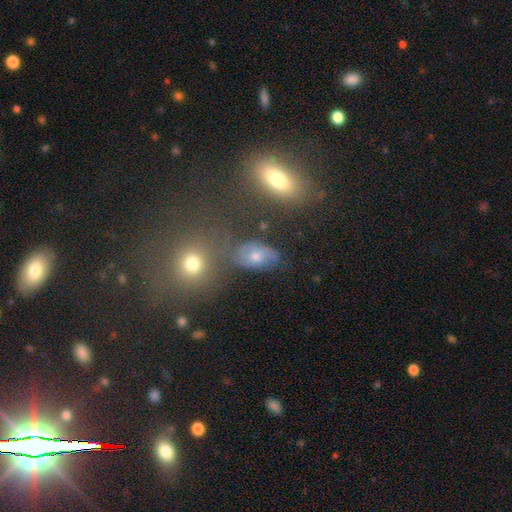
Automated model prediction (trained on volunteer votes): A smooth galaxy with no disk features (42%).

Vote fractions:
- Smooth or featured? smooth: 42% / featured or disk: 40% / star or artifact: 17%
- Merging? none: 60% / minor disturbance: 21% / major disturbance: 11% / merger: 9%